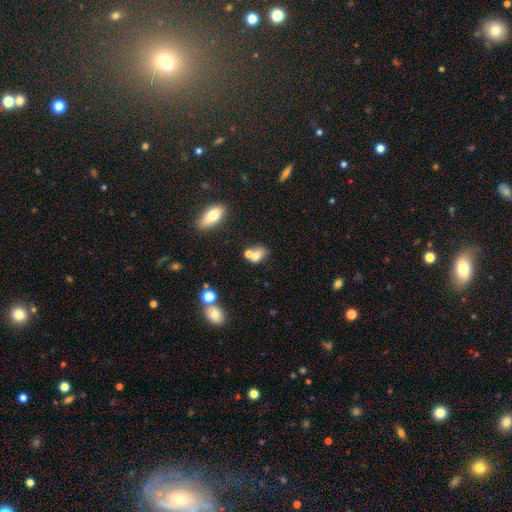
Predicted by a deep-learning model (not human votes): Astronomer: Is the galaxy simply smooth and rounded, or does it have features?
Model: smooth — 71%.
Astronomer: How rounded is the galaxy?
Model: in between — 64%.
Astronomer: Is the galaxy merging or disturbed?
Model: merger — 41%, tied with none at 41%.